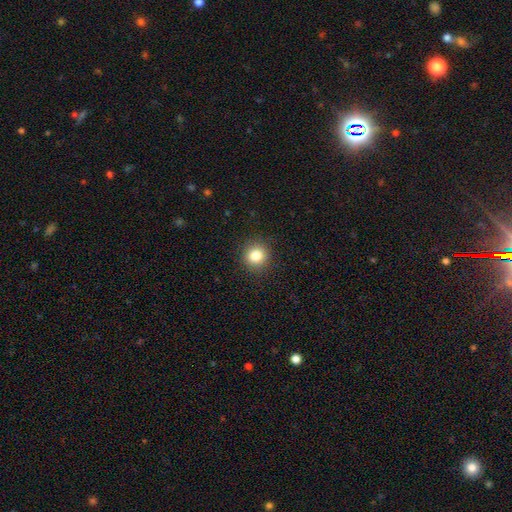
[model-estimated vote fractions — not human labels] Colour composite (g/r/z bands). It shows a smooth galaxy with no disk features (83%) that is round (90%). Merging: none (91%).